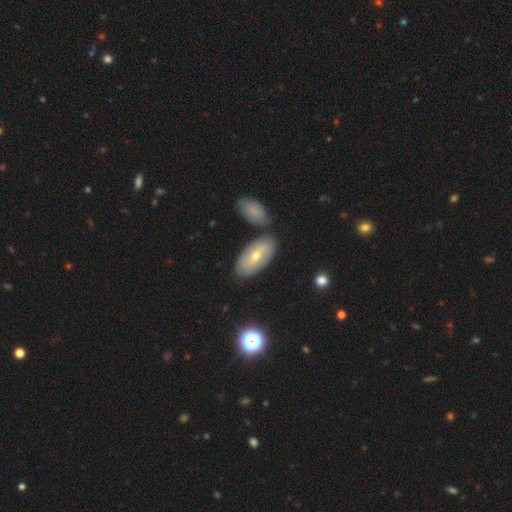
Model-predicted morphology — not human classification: featured or disk 50%, smooth 42%, star or artifact 8%. Down the decision tree: merging — none (76%).